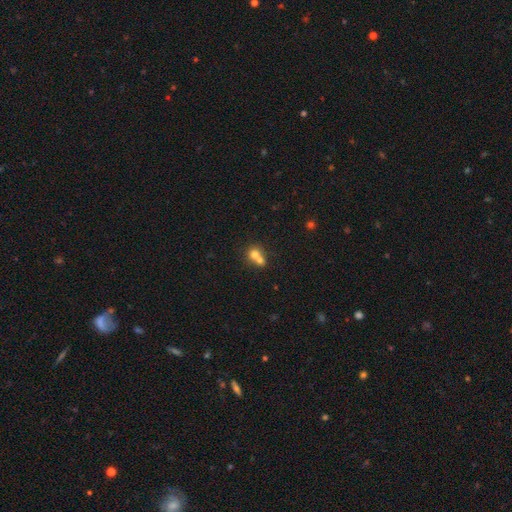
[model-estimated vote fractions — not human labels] Q: Smooth or featured?
A: smooth (72%); runner-up: featured or disk (16%)
Q: How rounded?
A: round (79%); runner-up: in between (20%)
Q: Merging?
A: merger (63%); runner-up: none (30%)